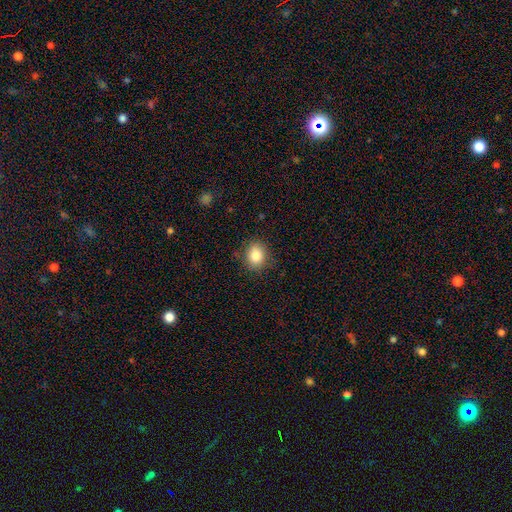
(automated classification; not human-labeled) Overall: smooth (83%). How rounded: round (62%; in between 37%). Merging: none (84%).